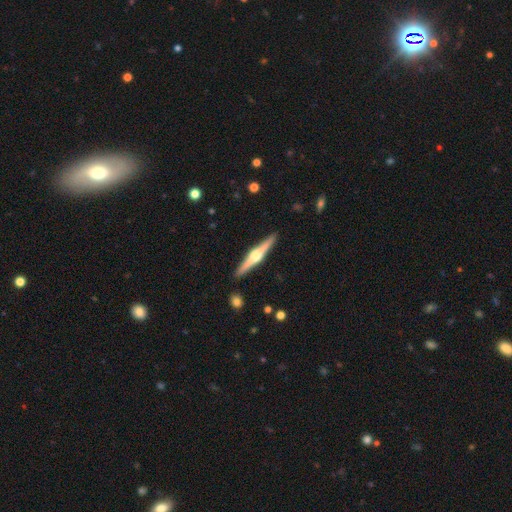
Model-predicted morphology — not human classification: Smooth or featured: featured or disk — 79% (smooth — 16%)
Edge-on disk: yes — 98% (no — 2%)
Edge-on bulge: rounded — 93% (boxy — 5%)
Merging: none — 91% (minor disturbance — 6%)